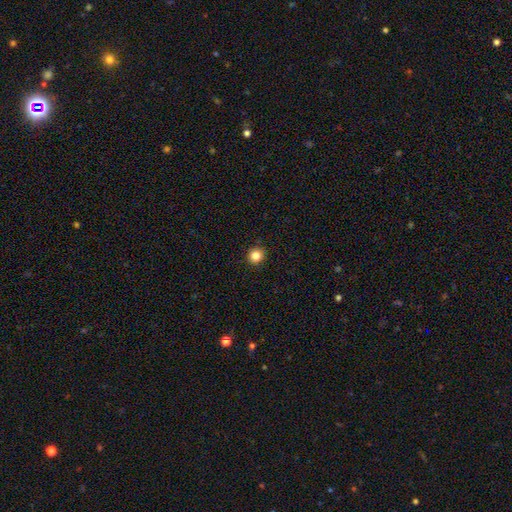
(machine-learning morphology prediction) smooth 85%, star or artifact 12%, featured or disk 4%. Down the decision tree: how rounded — round (90%); merging — none (92%).